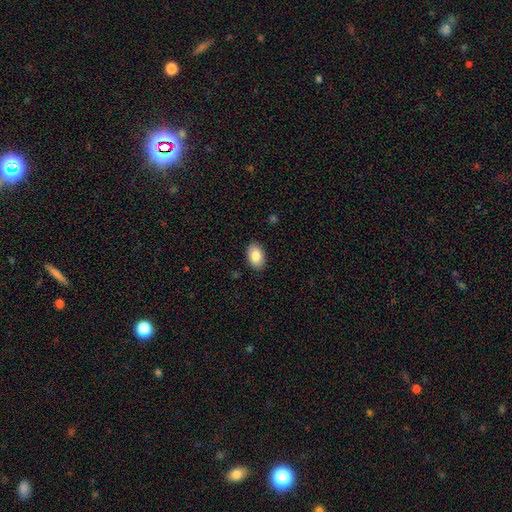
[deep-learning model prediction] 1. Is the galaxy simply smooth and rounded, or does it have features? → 84% smooth, 9% featured or disk, 7% star or artifact.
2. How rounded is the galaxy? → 89% in between, 9% round, 1% cigar-shaped.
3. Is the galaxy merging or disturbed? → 89% none, 8% minor disturbance, 2% major disturbance, 1% merger.